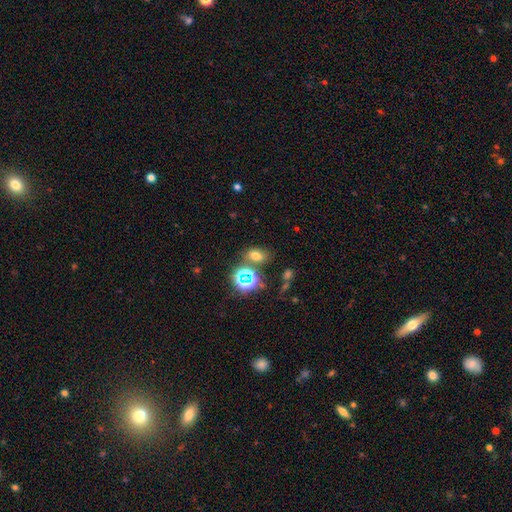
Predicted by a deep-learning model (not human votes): Smooth or featured?
  - smooth: 61% *
  - star or artifact: 29%
  - featured or disk: 10%
How rounded?
  - in between: 75% *
  - round: 23%
  - cigar-shaped: 2%
Merging?
  - none: 68% *
  - merger: 14%
  - minor disturbance: 13%
  - major disturbance: 5%